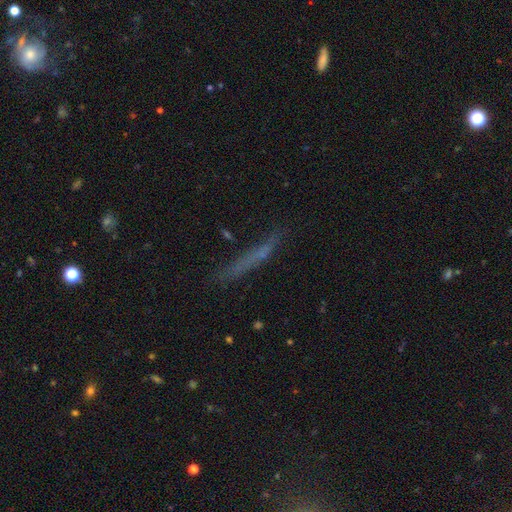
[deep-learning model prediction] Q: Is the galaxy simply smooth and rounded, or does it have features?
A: smooth — 49%.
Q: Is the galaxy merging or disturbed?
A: none — 74%.